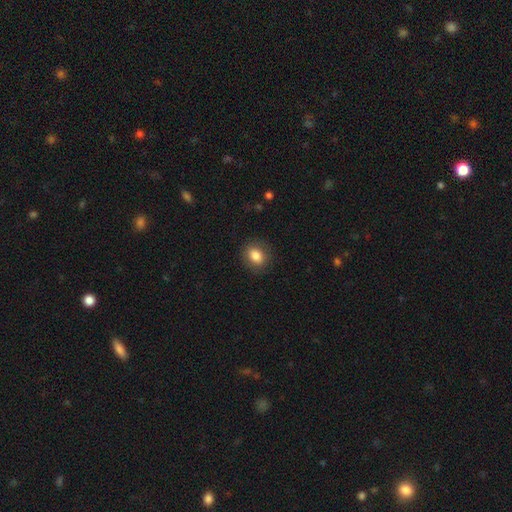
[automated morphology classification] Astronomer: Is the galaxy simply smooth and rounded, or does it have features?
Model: smooth — 83%.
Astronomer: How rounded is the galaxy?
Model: round — 54% (runner-up: in between, 45%).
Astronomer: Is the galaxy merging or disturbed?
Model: none — 86%.